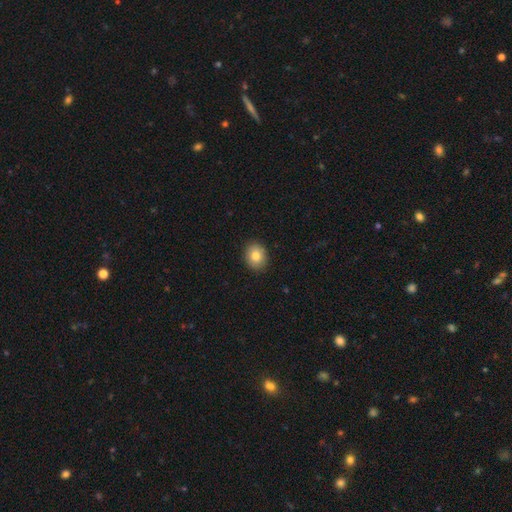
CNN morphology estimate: type=smooth (82%); roundness=round (55%); merging=none (89%).